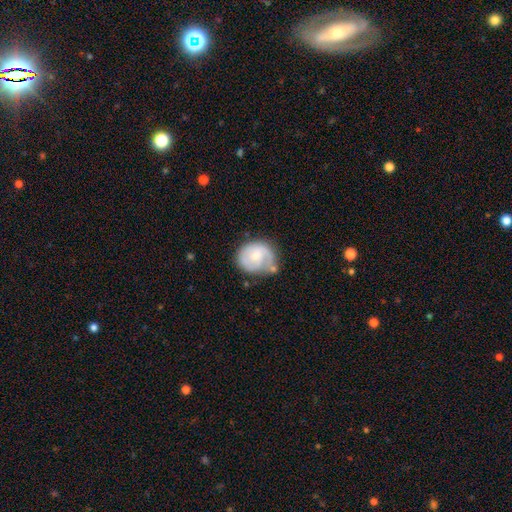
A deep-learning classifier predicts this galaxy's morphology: This appears to be a featured or disk galaxy (58%) with no bar (59%), spiral arms (82%) and a moderate central bulge (45%). Merging: none (54%).